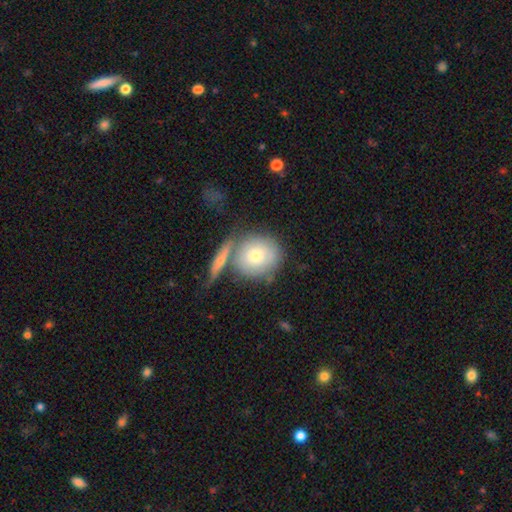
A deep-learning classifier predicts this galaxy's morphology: smooth 65%, featured or disk 28%, star or artifact 8%. Down the decision tree: how rounded — round (86%); merging — none (55%).